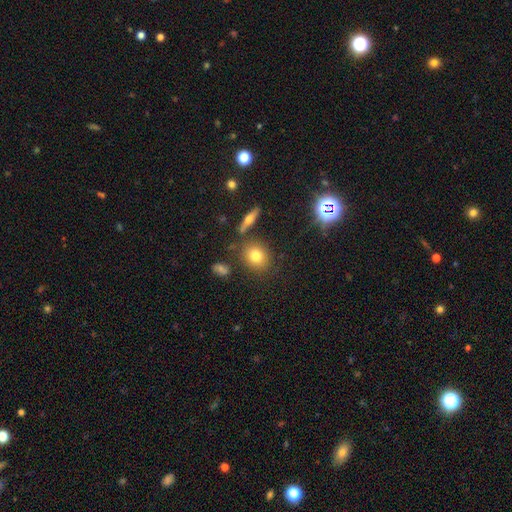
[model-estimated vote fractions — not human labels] Overall: smooth (76%). How rounded: round (69%). Merging: none (79%).